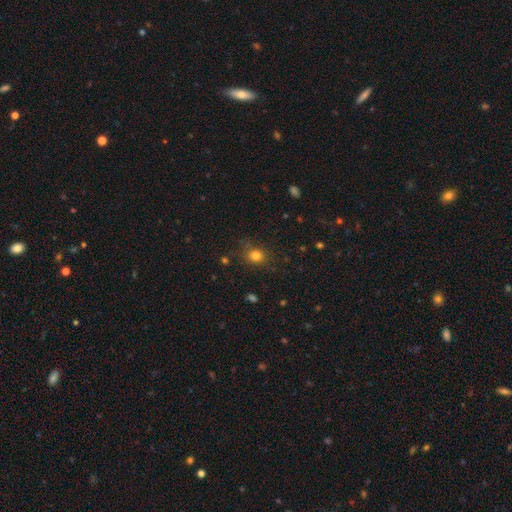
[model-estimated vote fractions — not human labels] Morphology: type=smooth (78%); roundness=round (73%); merging=none (81%).